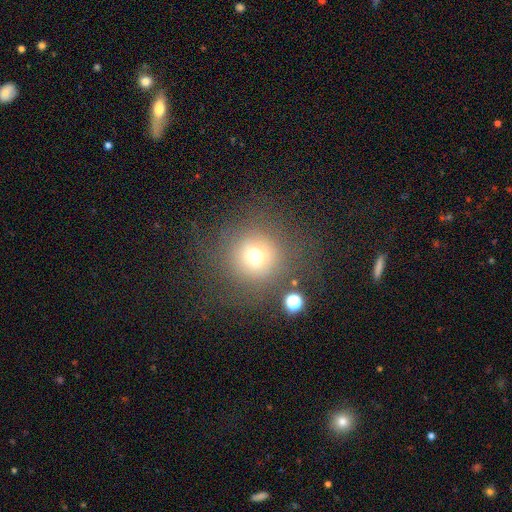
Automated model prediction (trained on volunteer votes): Overall: smooth (68%). How rounded: round (95%). Merging: none (79%).